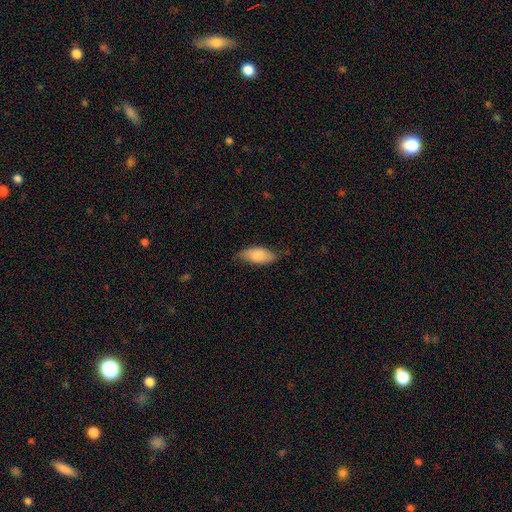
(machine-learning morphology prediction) The model was most divided on "merging": none: 66%, minor disturbance: 26%, major disturbance: 6%, merger: 1%. More confident: how rounded — in between (86%); smooth or featured — smooth (75%).